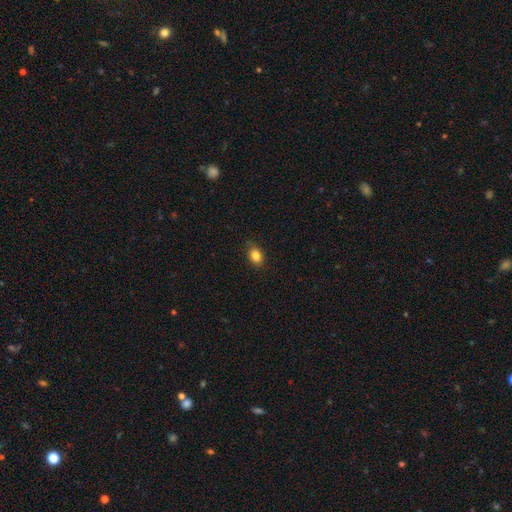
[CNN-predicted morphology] The model was most divided on "how rounded": in between: 69%, round: 30%, cigar-shaped: 1%. More confident: smooth or featured — smooth (84%); merging — none (82%).